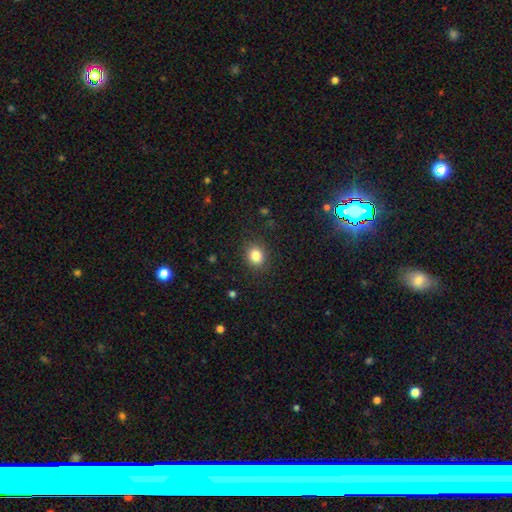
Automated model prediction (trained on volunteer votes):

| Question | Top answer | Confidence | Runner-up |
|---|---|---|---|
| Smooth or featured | smooth | 84% | star or artifact (11%) |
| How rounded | round | 62% | in between (37%) |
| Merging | none | 87% | minor disturbance (9%) |